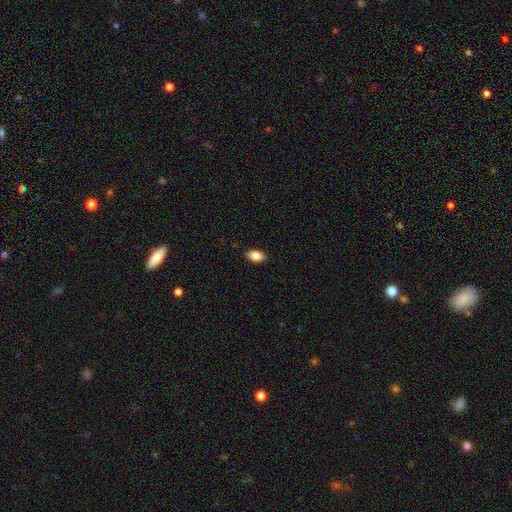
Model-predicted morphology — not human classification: Smooth or featured? smooth (85%)
How rounded? in between (92%)
Merging? none (89%)